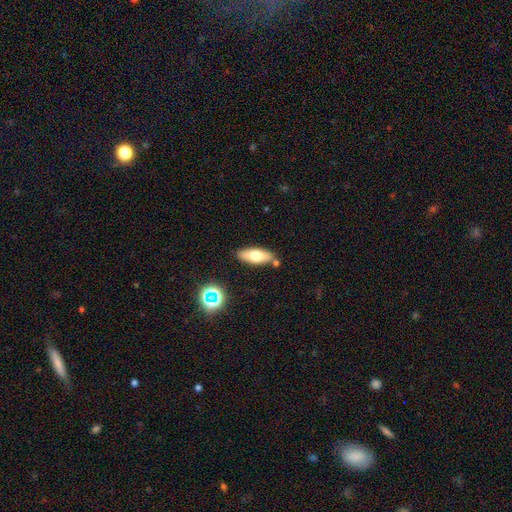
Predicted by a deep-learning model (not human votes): smooth 67%, featured or disk 25%, star or artifact 8%. Down the decision tree: how rounded — in between (72%); merging — none (82%).